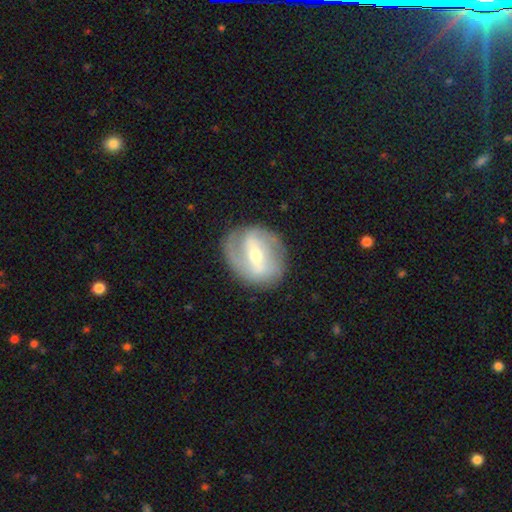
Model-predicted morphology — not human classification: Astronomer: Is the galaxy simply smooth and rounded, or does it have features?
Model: featured or disk — 75%.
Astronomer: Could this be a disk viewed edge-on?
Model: no — 96%.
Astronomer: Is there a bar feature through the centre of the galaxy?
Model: strong — 43% (runner-up: weak, 39%).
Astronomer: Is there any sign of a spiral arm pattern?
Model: yes — 80%.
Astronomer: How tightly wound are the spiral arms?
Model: medium — 41% (runner-up: tight, 38%).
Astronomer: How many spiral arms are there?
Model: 2 — 68%.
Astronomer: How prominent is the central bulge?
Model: moderate — 54% (runner-up: small, 40%).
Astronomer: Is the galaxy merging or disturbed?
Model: none — 78%.